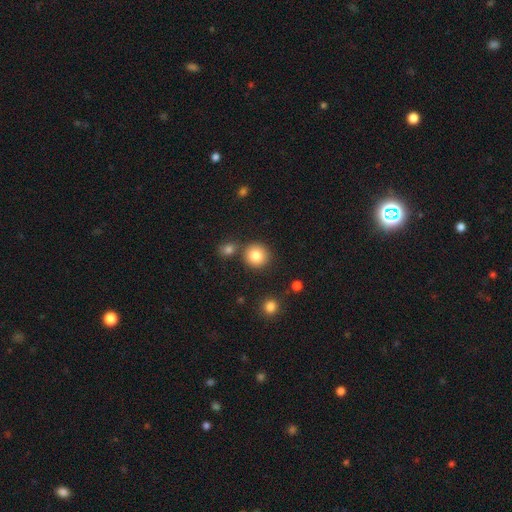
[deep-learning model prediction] Smooth or featured?
  - smooth: 83% *
  - star or artifact: 10%
  - featured or disk: 7%
How rounded?
  - round: 92% *
  - in between: 7%
  - cigar-shaped: 1%
Merging?
  - none: 81% *
  - merger: 9%
  - minor disturbance: 7%
  - major disturbance: 3%